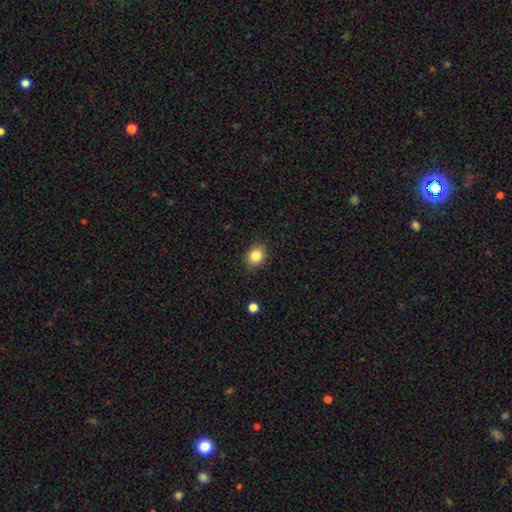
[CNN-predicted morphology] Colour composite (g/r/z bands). It shows a smooth galaxy with no disk features (84%) that is round (70%). Merging: none (88%).